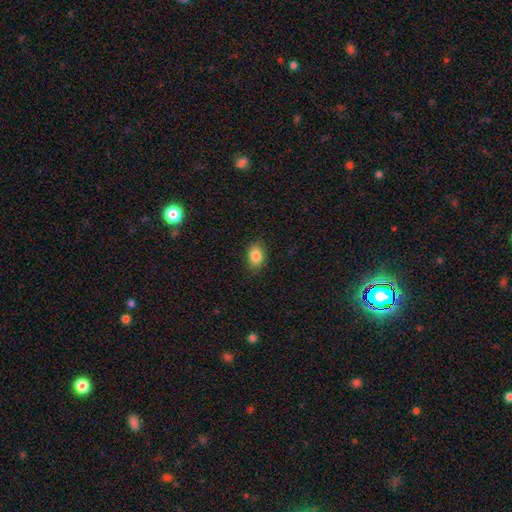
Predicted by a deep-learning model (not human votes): Smooth or featured: smooth — 86% (star or artifact — 9%)
How rounded: in between — 77% (round — 21%)
Merging: none — 85% (minor disturbance — 12%)